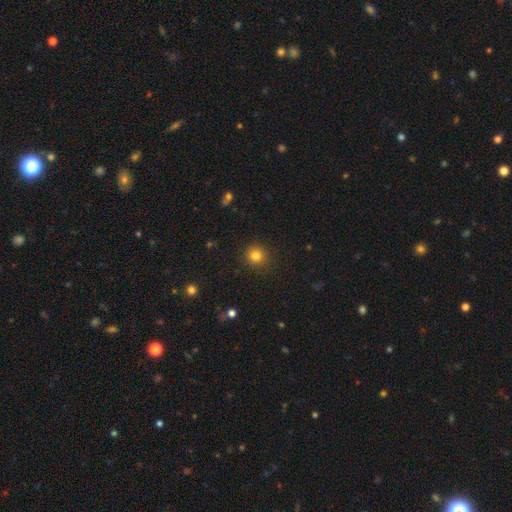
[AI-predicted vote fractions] Morphology: type=smooth (82%); roundness=round (92%); merging=none (90%).